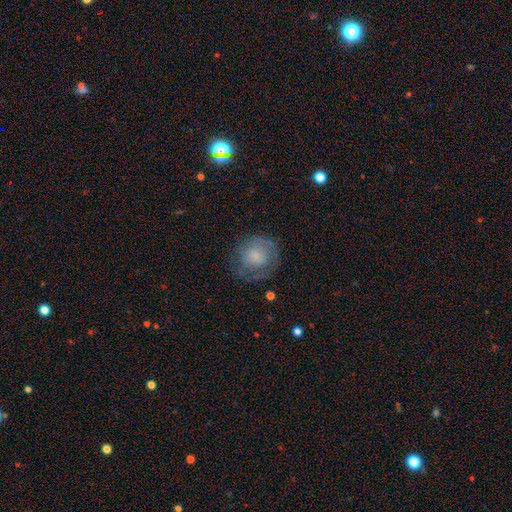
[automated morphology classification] smooth-or-featured: smooth: 63% | featured or disk: 28% | star or artifact: 9%
  how-rounded: round: 83% | in between: 16% | cigar-shaped: 1%
  merging: none: 60% | minor disturbance: 22% | major disturbance: 17% | merger: 2%